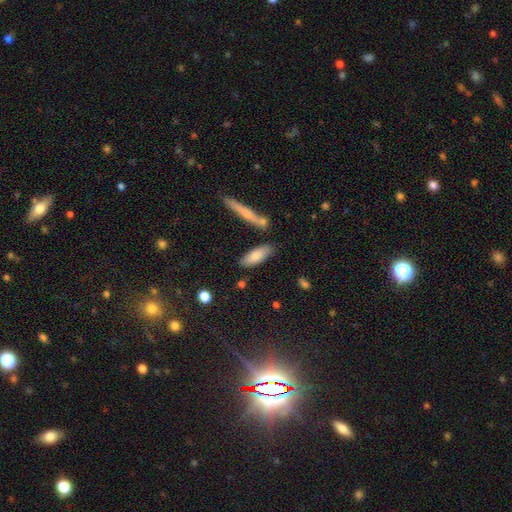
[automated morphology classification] A smooth galaxy with no disk features (79%) that is in between round and cigar-shaped (66%). Merging: none (76%).